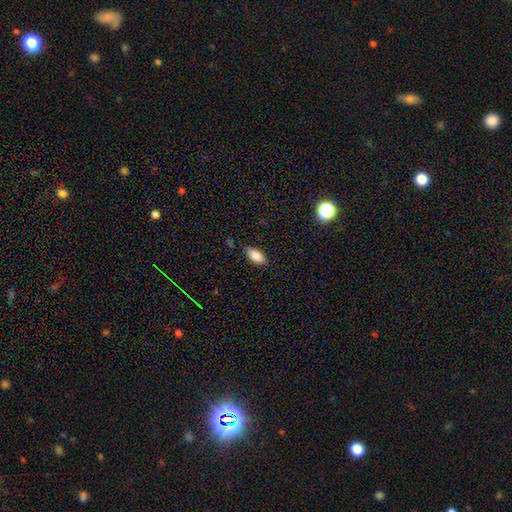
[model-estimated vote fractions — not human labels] This appears to be a smooth galaxy with no disk features (84%) that is in between round and cigar-shaped (91%). Merging: none (84%).